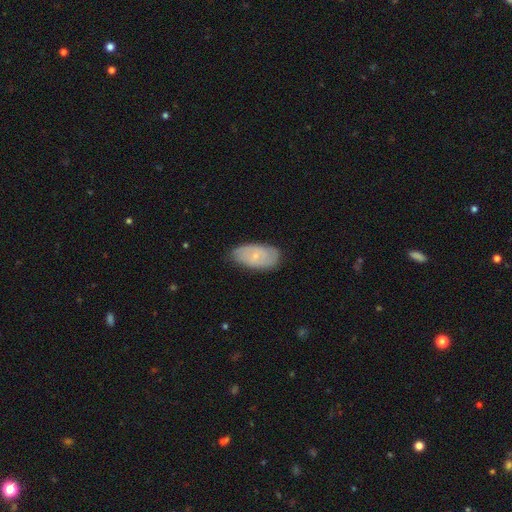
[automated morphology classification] Smooth or featured: featured or disk — 49% (smooth — 44%)
Merging: none — 76% (minor disturbance — 20%)